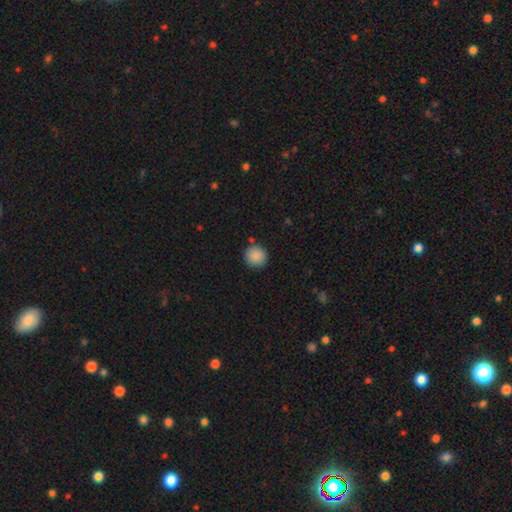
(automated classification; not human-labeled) Q: Smooth or featured?
A: smooth (89%); runner-up: star or artifact (8%)
Q: How rounded?
A: round (94%); runner-up: in between (5%)
Q: Merging?
A: none (87%); runner-up: minor disturbance (8%)